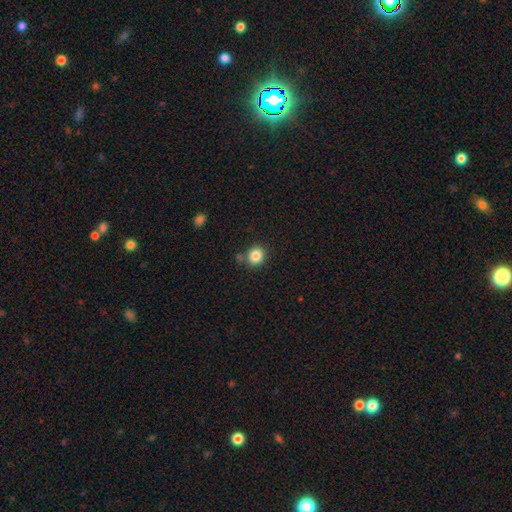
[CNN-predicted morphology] This appears to be a smooth galaxy with no disk features (85%) that is round (77%). Merging: none (77%).